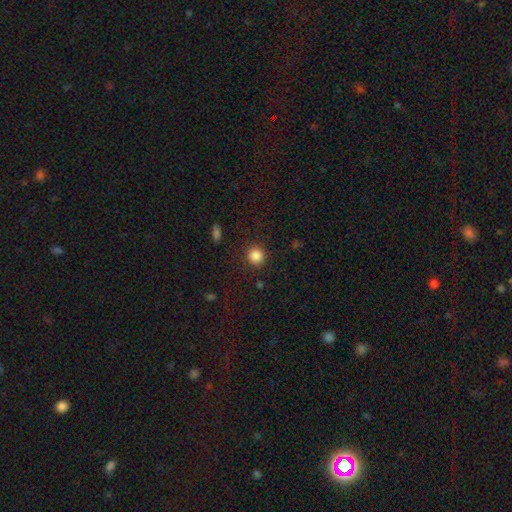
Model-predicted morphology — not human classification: smooth_or_featured: smooth (p=0.86) [alt: star or artifact p=0.11]
how_rounded: round (p=0.91) [alt: in between p=0.08]
merging: none (p=0.89) [alt: minor disturbance p=0.07]